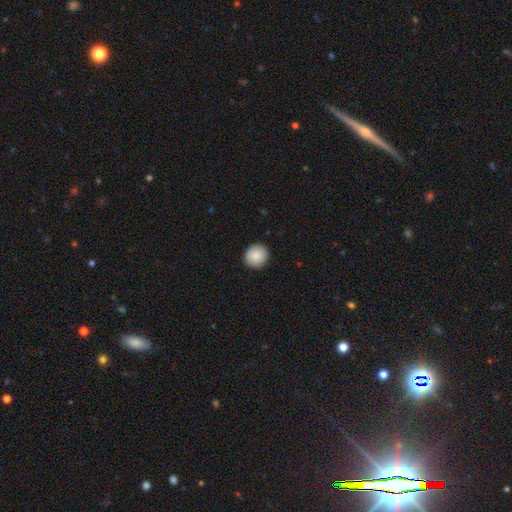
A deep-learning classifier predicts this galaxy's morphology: type=smooth (88%); roundness=round (89%); merging=none (91%).